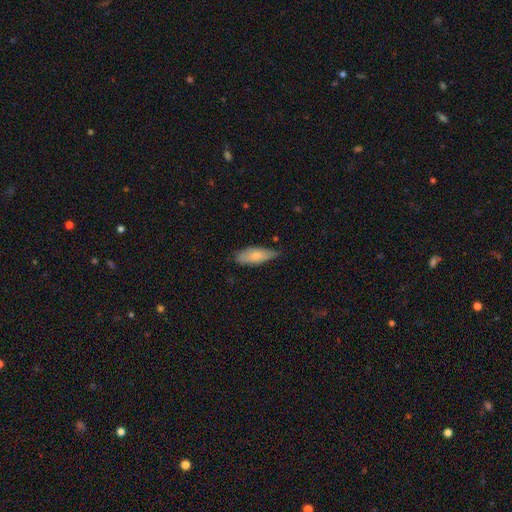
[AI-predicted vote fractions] smooth 74%, featured or disk 20%, star or artifact 6%. Down the decision tree: how rounded — in between (75%); merging — none (58%).